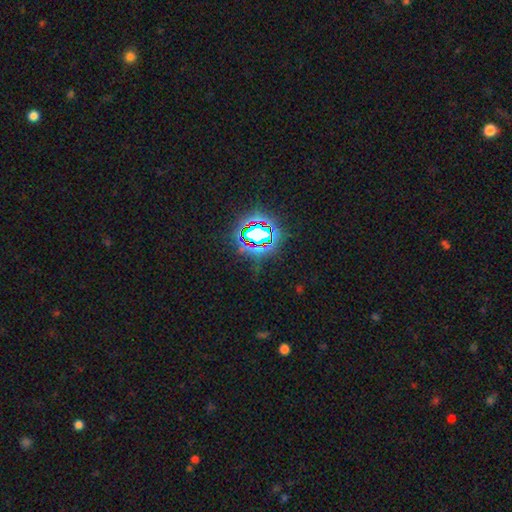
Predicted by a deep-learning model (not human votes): Smooth or featured?
  - star or artifact: 80% *
  - smooth: 12%
  - featured or disk: 8%